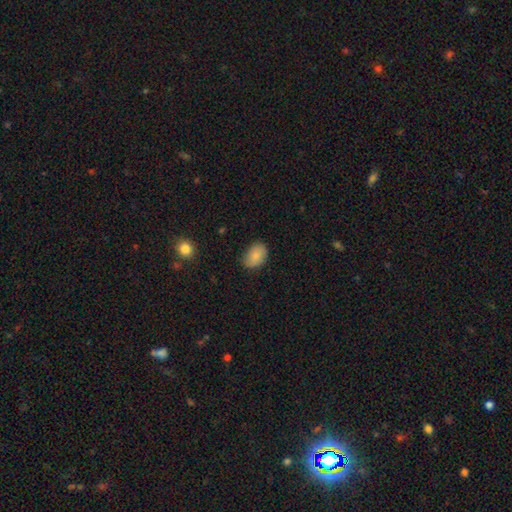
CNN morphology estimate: This appears to be a smooth galaxy with no disk features (82%) that is in between round and cigar-shaped (80%). Merging: none (77%).